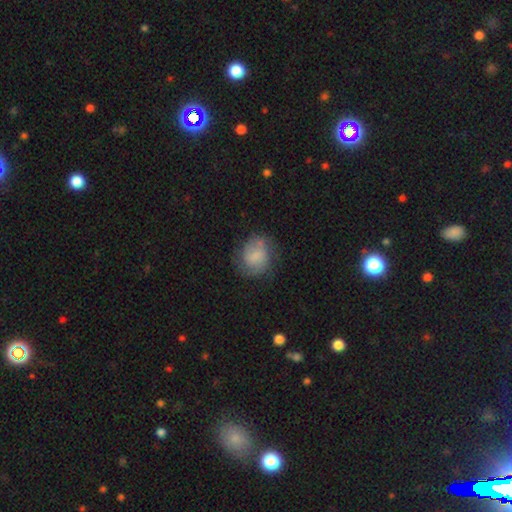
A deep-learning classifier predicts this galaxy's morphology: Smooth or featured?
  - smooth: 60% *
  - featured or disk: 32%
  - star or artifact: 8%
How rounded?
  - round: 64% *
  - in between: 35%
  - cigar-shaped: 1%
Merging?
  - none: 64% *
  - minor disturbance: 23%
  - major disturbance: 10%
  - merger: 2%